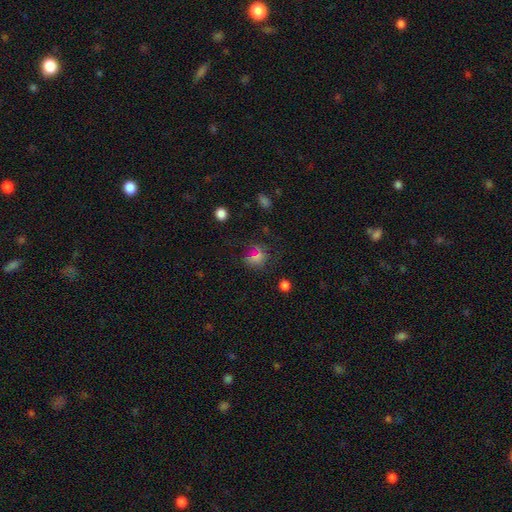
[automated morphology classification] smooth_or_featured: smooth (p=0.56) [alt: star or artifact p=0.30]
how_rounded: round (p=0.71) [alt: in between p=0.28]
merging: none (p=0.61) [alt: minor disturbance p=0.19]